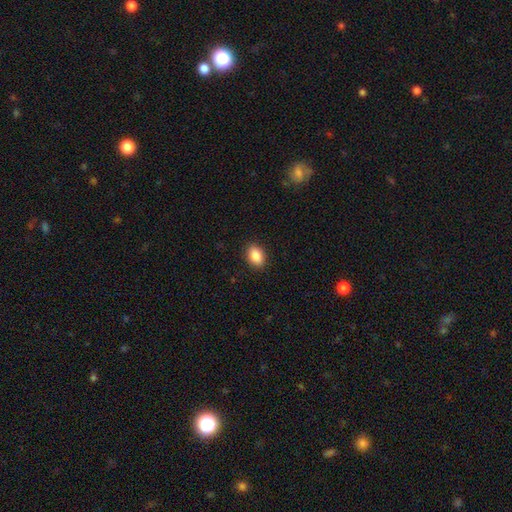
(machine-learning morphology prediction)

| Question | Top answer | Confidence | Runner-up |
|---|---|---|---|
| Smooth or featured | smooth | 88% | star or artifact (8%) |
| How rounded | in between | 84% | round (15%) |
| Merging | none | 90% | minor disturbance (7%) |